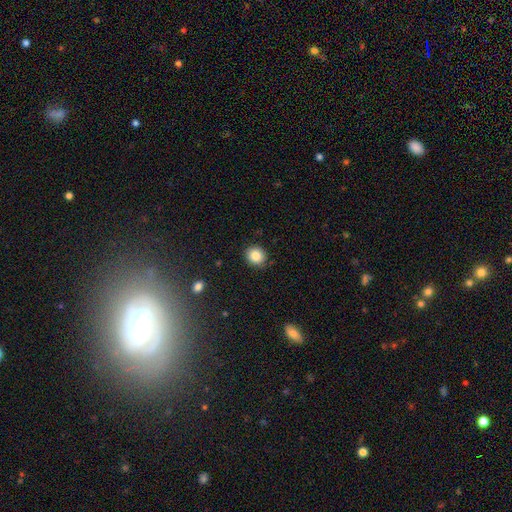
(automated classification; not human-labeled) Smooth or featured? Predicted: smooth (p=0.85). How rounded? Predicted: round (p=0.81). Merging? Predicted: none (p=0.87).